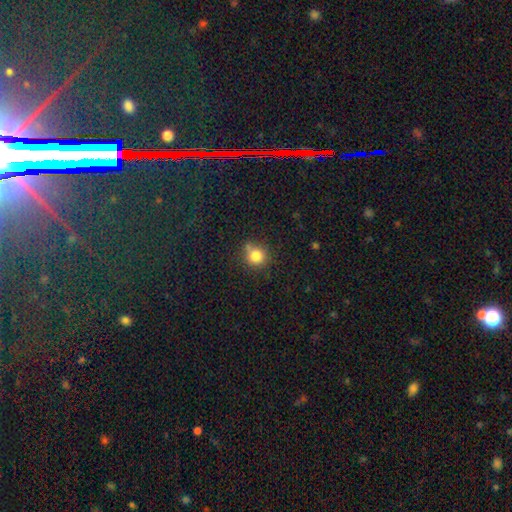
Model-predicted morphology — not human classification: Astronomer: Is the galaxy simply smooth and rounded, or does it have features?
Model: smooth — 82%.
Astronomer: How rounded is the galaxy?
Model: round — 88%.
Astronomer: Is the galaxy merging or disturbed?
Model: none — 69%.